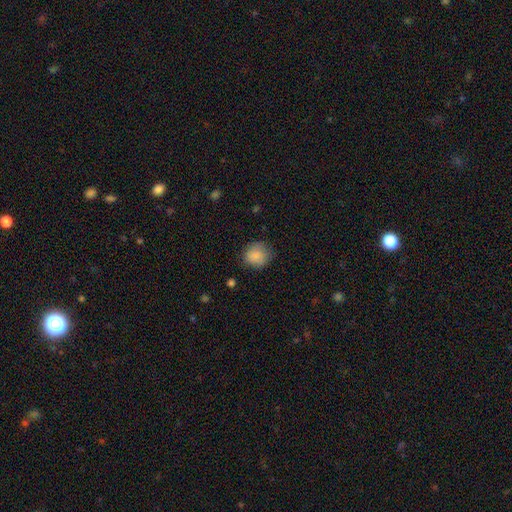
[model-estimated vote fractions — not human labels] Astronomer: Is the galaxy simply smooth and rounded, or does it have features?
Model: smooth — 86%.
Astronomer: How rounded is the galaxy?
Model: round — 80%.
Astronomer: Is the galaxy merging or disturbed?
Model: none — 76%.